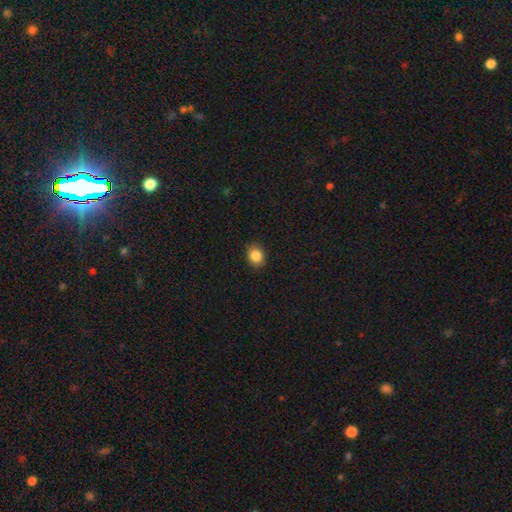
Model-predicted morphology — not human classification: Smooth or featured? smooth (85%)
How rounded? round (54%)
Merging? none (89%)